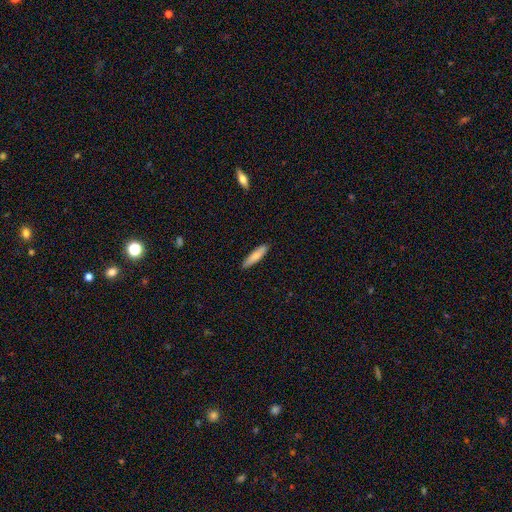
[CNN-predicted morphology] type=smooth (78%); roundness=cigar-shaped (76%); merging=none (89%).